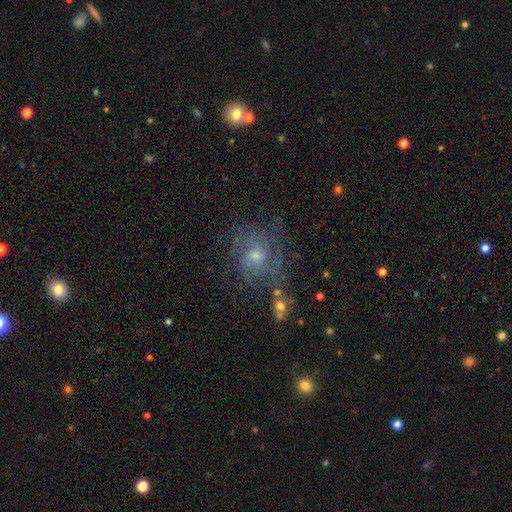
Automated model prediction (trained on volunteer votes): Smooth or featured: featured or disk — 48% (star or artifact — 26%)
Merging: none — 64% (minor disturbance — 16%)